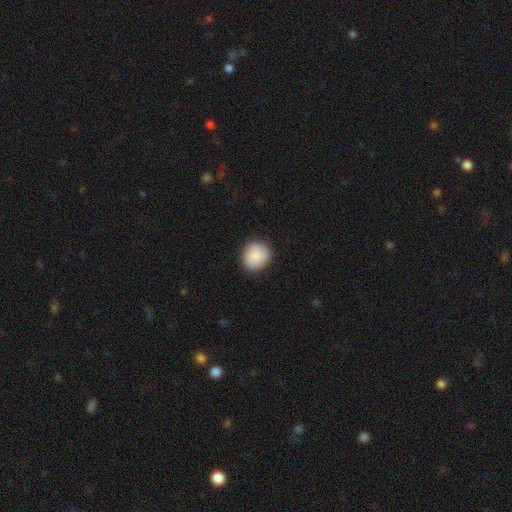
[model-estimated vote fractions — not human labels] Q: Smooth or featured?
A: smooth (87%); runner-up: star or artifact (7%)
Q: How rounded?
A: round (85%); runner-up: in between (14%)
Q: Merging?
A: none (88%); runner-up: minor disturbance (9%)